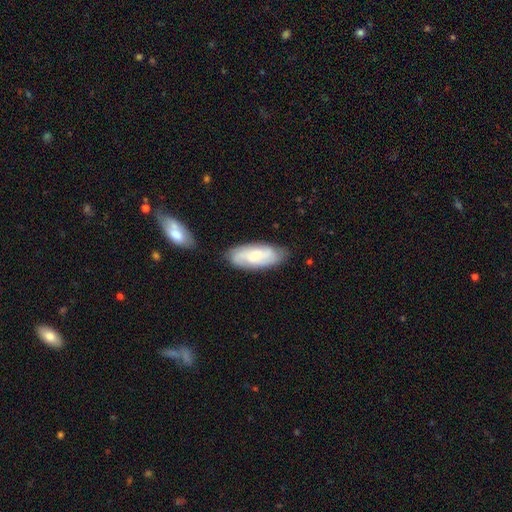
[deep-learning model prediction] Morphology: type=featured or disk (52%); edge-on=no (89%); merging=none (77%).